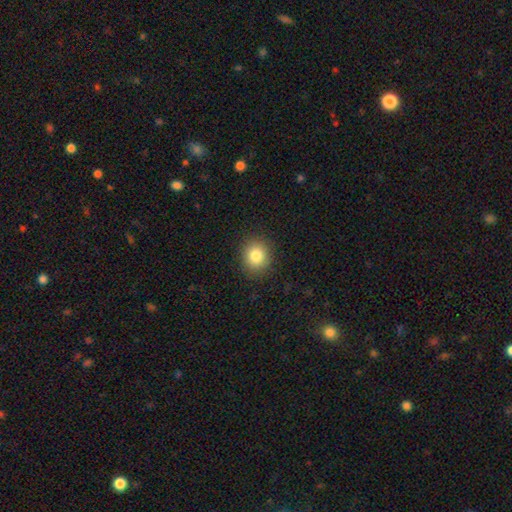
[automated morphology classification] Smooth or featured: smooth — 83% (star or artifact — 10%)
How rounded: round — 77% (in between — 22%)
Merging: none — 89% (minor disturbance — 7%)